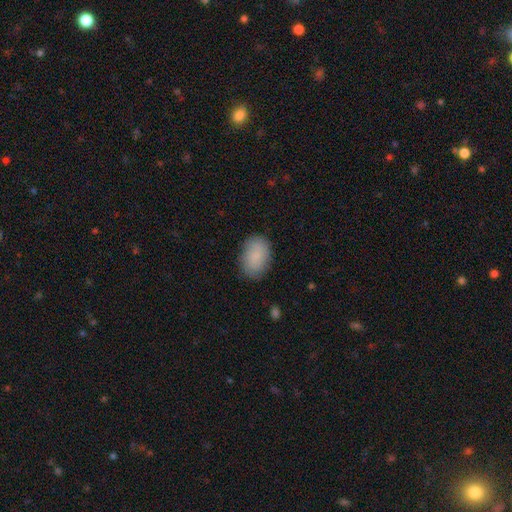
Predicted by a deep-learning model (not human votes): Q: Smooth or featured?
A: smooth (85%); runner-up: featured or disk (8%)
Q: How rounded?
A: in between (84%); runner-up: round (15%)
Q: Merging?
A: none (83%); runner-up: minor disturbance (12%)